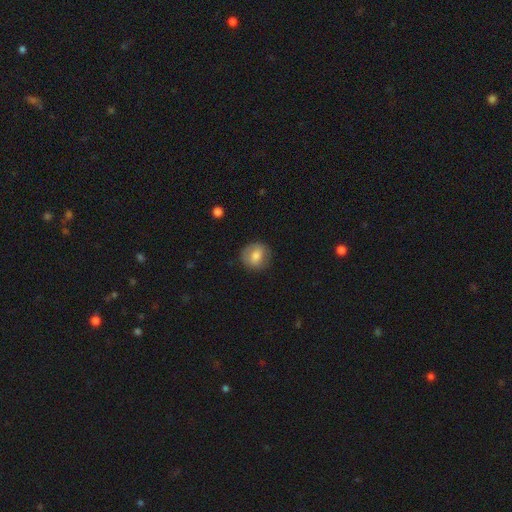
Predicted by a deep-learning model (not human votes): The model was most divided on "smooth or featured": smooth: 72%, featured or disk: 20%, star or artifact: 8%. More confident: merging — none (82%); how rounded — round (80%).